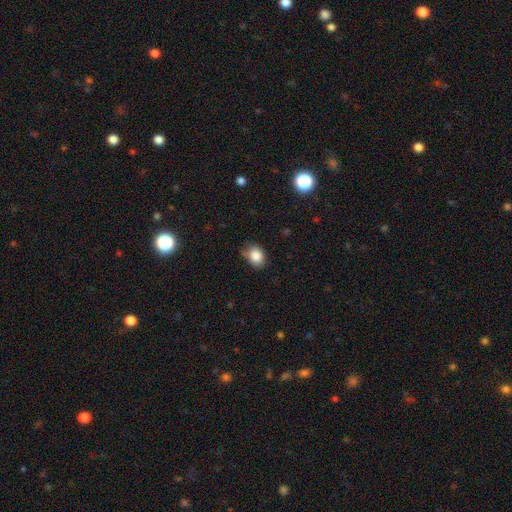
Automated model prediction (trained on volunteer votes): smooth_or_featured: smooth (p=0.86) [alt: star or artifact p=0.09]
how_rounded: in between (p=0.57) [alt: round p=0.43]
merging: none (p=0.69) [alt: minor disturbance p=0.25]